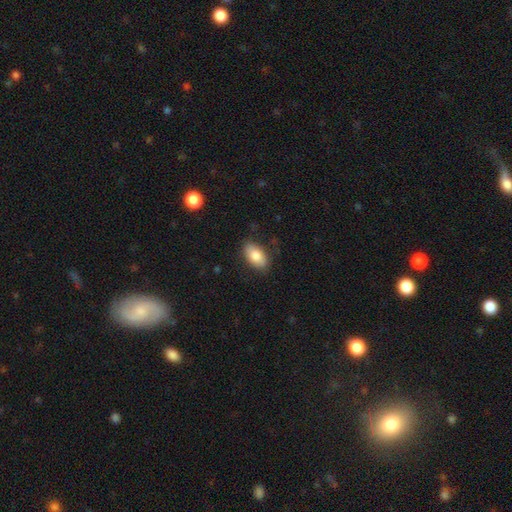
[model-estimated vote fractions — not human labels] Smooth or featured? Predicted: smooth (p=0.81). How rounded? Predicted: in between (p=0.93). Merging? Predicted: none (p=0.82).